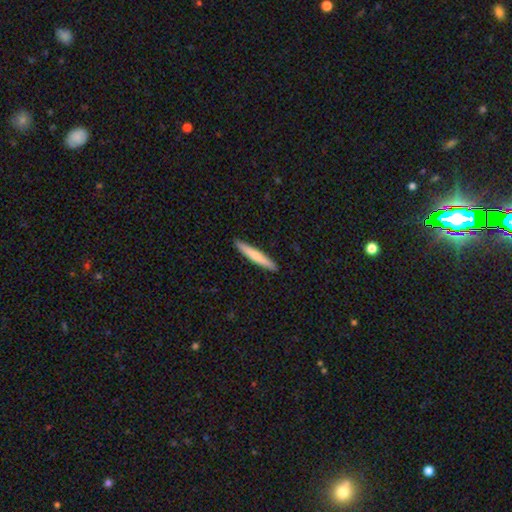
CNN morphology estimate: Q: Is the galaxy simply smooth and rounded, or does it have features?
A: smooth — 65%.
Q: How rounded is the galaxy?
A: cigar-shaped — 95%.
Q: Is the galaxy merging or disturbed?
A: none — 92%.